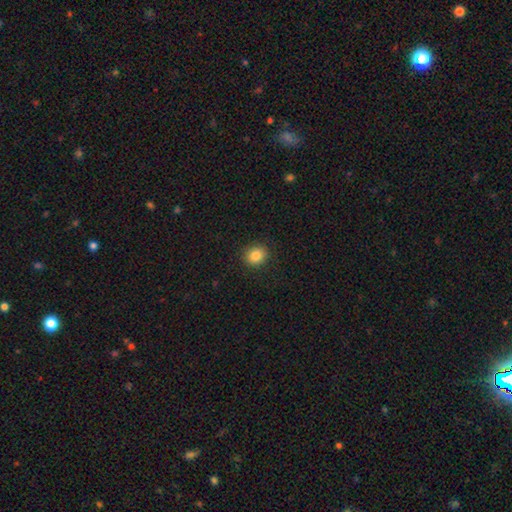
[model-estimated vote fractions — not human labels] This is clearly a smooth galaxy (85%). How rounded: likely round (78%). Merging: clearly none (90%).